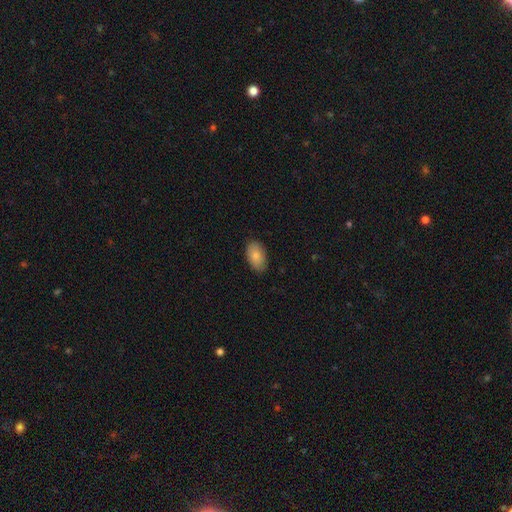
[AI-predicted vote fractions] smooth_or_featured: smooth (p=0.84) [alt: featured or disk p=0.10]
how_rounded: in between (p=0.93) [alt: round p=0.05]
merging: none (p=0.86) [alt: minor disturbance p=0.11]